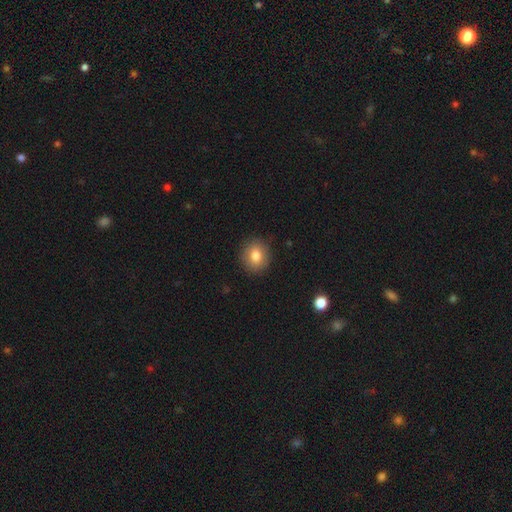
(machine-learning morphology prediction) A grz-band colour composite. It shows a smooth galaxy with no disk features (81%) that is round (78%). Merging: none (89%).